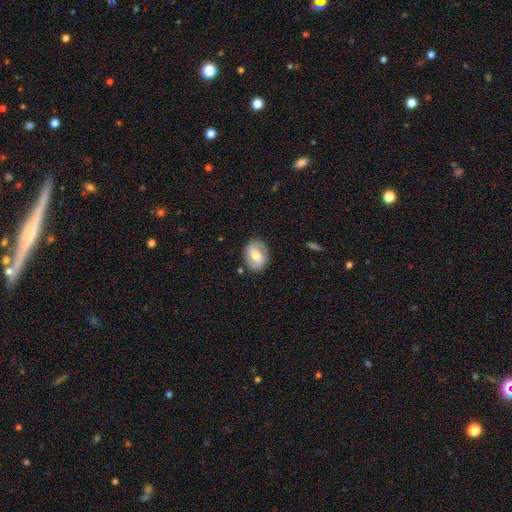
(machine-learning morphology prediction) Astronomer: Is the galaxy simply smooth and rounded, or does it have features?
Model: featured or disk — 58% (runner-up: smooth, 35%).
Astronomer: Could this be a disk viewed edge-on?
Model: no — 95%.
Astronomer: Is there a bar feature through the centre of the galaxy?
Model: weak — 39% (runner-up: strong, 37%).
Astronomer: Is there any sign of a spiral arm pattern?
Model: yes — 67%.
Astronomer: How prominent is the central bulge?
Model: moderate — 68%.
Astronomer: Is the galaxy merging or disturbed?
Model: none — 83%.